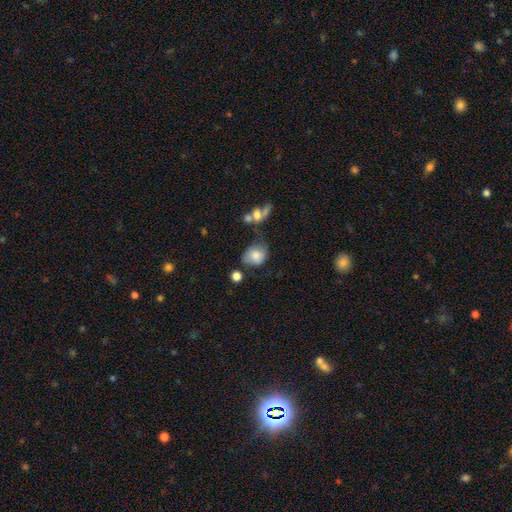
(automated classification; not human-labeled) smooth 76%, featured or disk 16%, star or artifact 9%. Down the decision tree: how rounded — in between (52%); merging — none (38%).